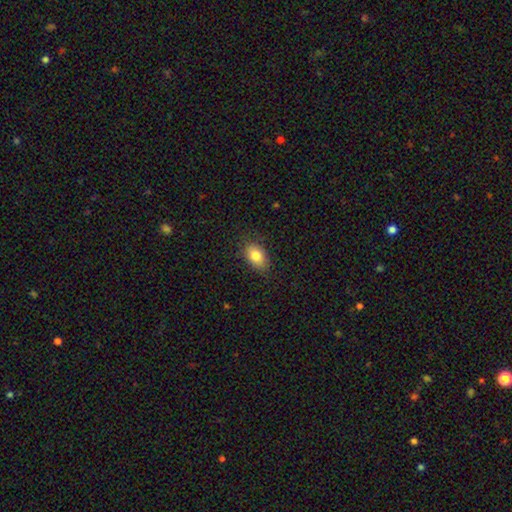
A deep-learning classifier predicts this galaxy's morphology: smooth-or-featured: smooth: 82% | featured or disk: 10% | star or artifact: 8%
  how-rounded: in between: 87% | round: 11% | cigar-shaped: 2%
  merging: none: 82% | minor disturbance: 14% | major disturbance: 3% | merger: 1%